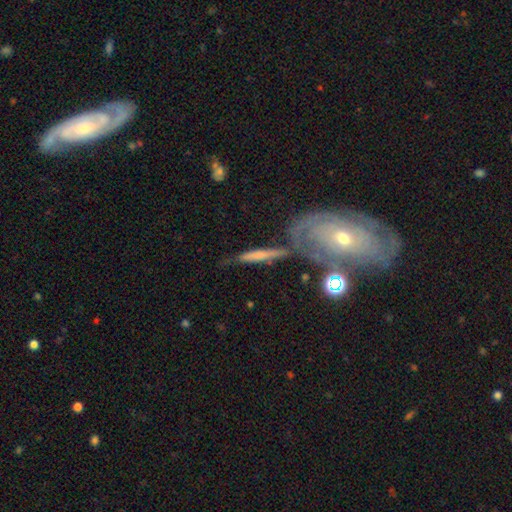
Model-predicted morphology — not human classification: A featured or disk galaxy (50%). Merging: none (57%).